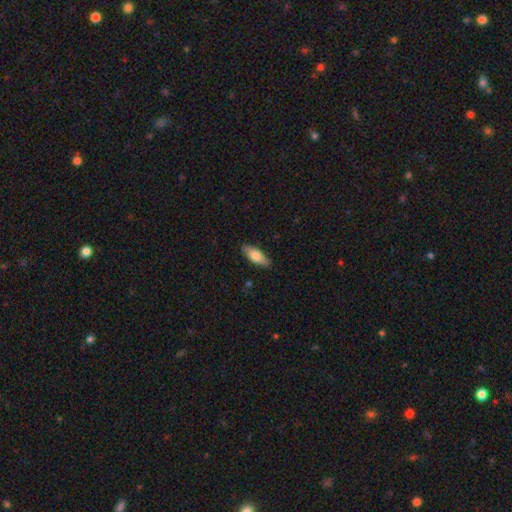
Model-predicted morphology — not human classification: smooth_or_featured: smooth (p=0.74) [alt: featured or disk p=0.20]
how_rounded: in between (p=0.70) [alt: cigar-shaped p=0.27]
merging: none (p=0.88) [alt: minor disturbance p=0.09]